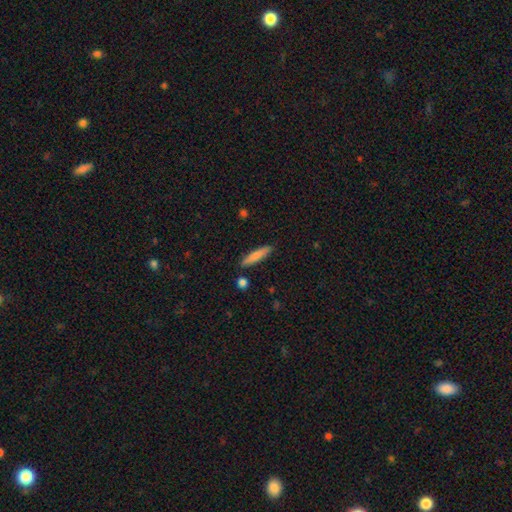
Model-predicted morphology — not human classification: Smooth or featured? smooth (75%)
How rounded? cigar-shaped (87%)
Merging? none (88%)